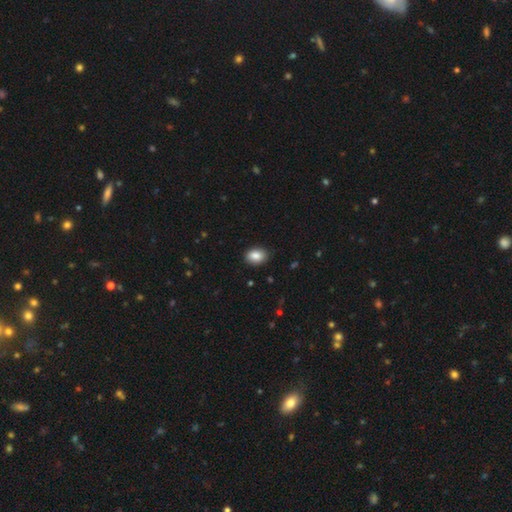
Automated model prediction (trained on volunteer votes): This is clearly a smooth galaxy (87%). How rounded: likely in between (78%). Merging: clearly none (88%).